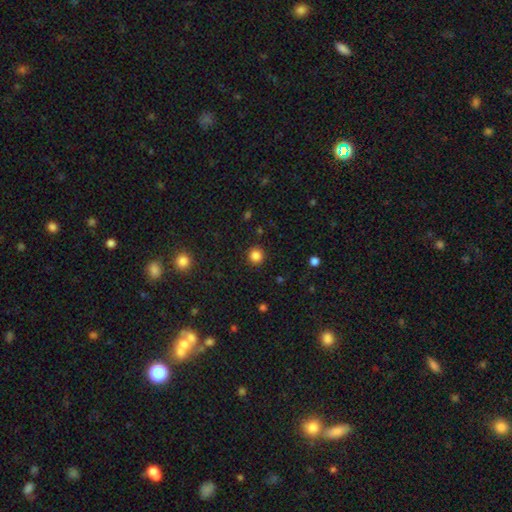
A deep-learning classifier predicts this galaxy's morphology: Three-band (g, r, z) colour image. It shows a smooth galaxy with no disk features (84%) that is round (94%). Merging: none (92%).